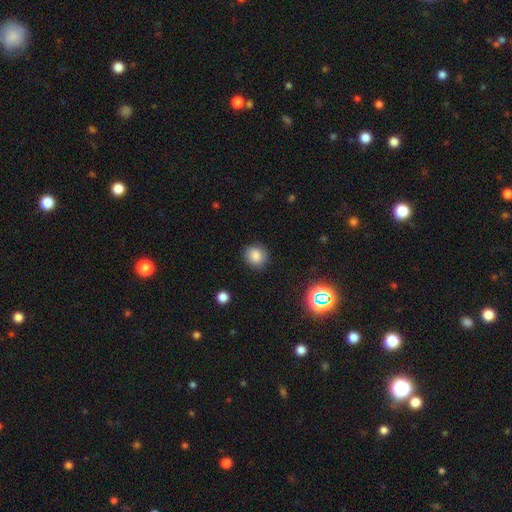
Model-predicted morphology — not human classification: Q: Smooth or featured?
A: smooth (84%); runner-up: star or artifact (11%)
Q: How rounded?
A: round (84%); runner-up: in between (15%)
Q: Merging?
A: none (87%); runner-up: minor disturbance (9%)